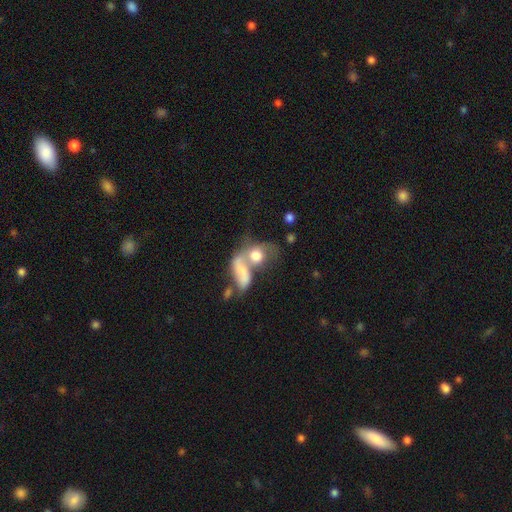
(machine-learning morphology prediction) Smooth or featured: smooth — 57% (featured or disk — 33%)
How rounded: in between — 61% (round — 34%)
Merging: merger — 66% (none — 14%)